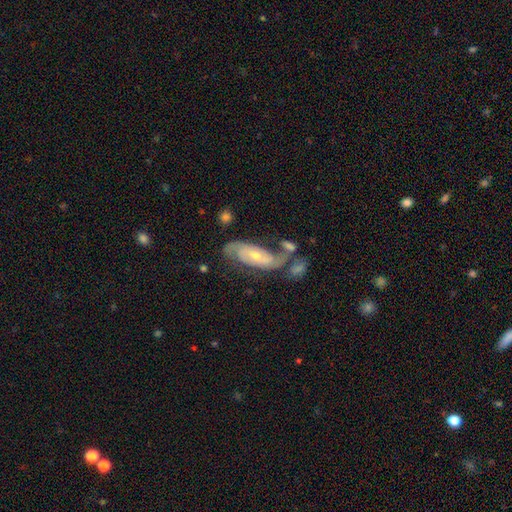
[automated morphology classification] Q: Smooth or featured?
A: featured or disk (79%); runner-up: smooth (15%)
Q: Edge-on disk?
A: no (91%); runner-up: yes (9%)
Q: Bar?
A: no (64%); runner-up: weak (25%)
Q: Spiral arms?
A: yes (91%); runner-up: no (9%)
Q: Spiral winding?
A: tight (42%); runner-up: medium (37%)
Q: Spiral arm count?
A: 2 (75%); runner-up: can't tell (15%)
Q: Bulge size?
A: small (53%); runner-up: moderate (43%)
Q: Merging?
A: none (48%); runner-up: merger (19%)